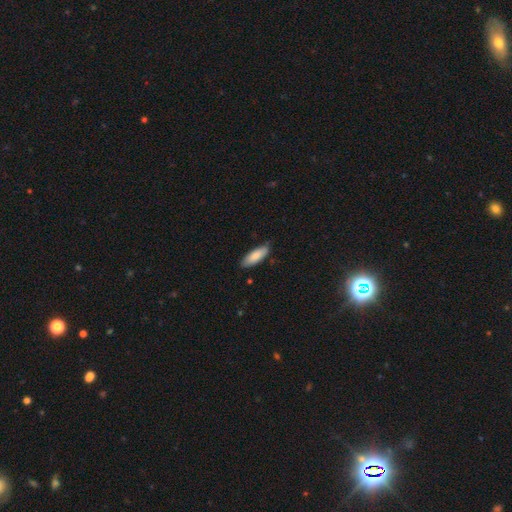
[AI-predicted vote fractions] This is clearly a smooth galaxy (84%). How rounded: likely in between (63%). Merging: clearly none (81%).